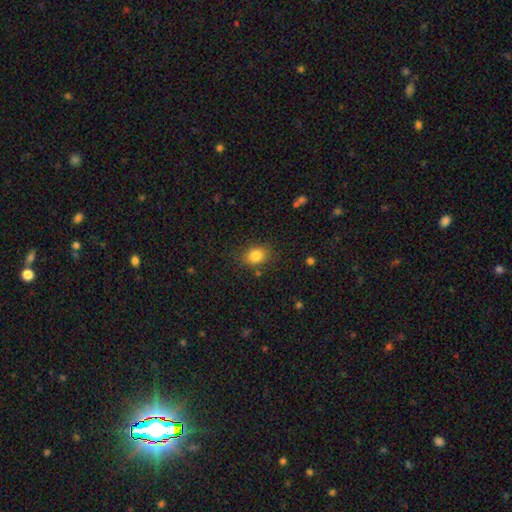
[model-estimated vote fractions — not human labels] A smooth galaxy with no disk features (83%) that is in between round and cigar-shaped (57%). Merging: none (82%).